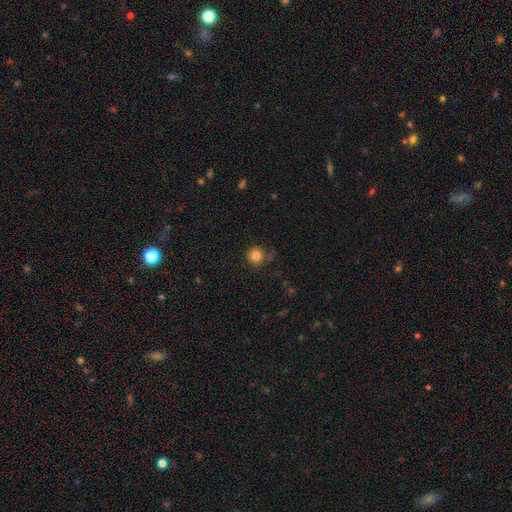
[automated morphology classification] smooth-or-featured: smooth: 83% | star or artifact: 11% | featured or disk: 6%
  how-rounded: round: 94% | in between: 5% | cigar-shaped: 1%
  merging: none: 79% | minor disturbance: 13% | major disturbance: 5% | merger: 3%